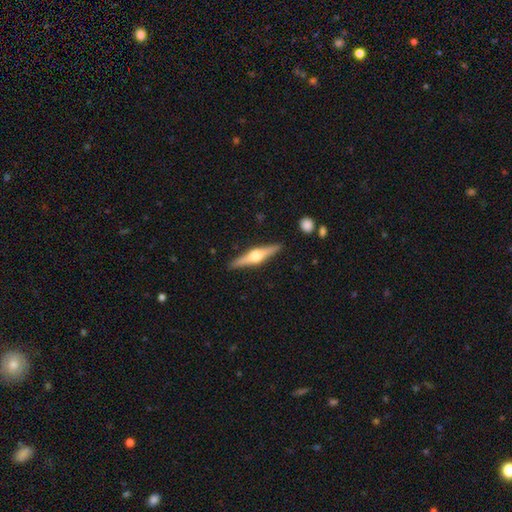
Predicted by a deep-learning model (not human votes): Smooth or featured: featured or disk — 77% (smooth — 18%)
Edge-on disk: yes — 98% (no — 2%)
Edge-on bulge: rounded — 94% (boxy — 5%)
Merging: none — 90% (minor disturbance — 7%)